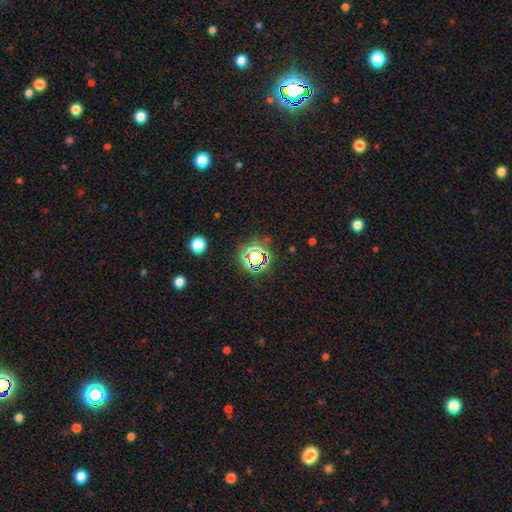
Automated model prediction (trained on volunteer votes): Smooth or featured? star or artifact (61%)